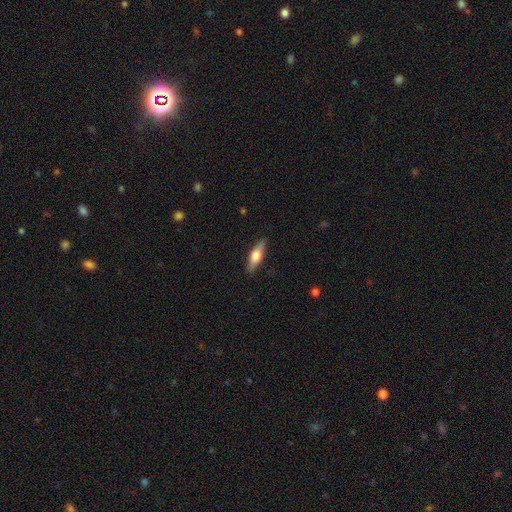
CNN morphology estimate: Smooth or featured? smooth (58%)
How rounded? cigar-shaped (51%)
Merging? none (87%)